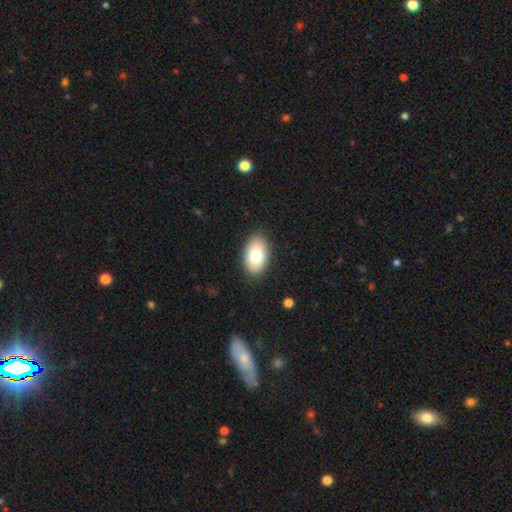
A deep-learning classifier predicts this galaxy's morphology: Smooth or featured? Predicted: smooth (p=0.78). How rounded? Predicted: in between (p=0.92). Merging? Predicted: none (p=0.87).